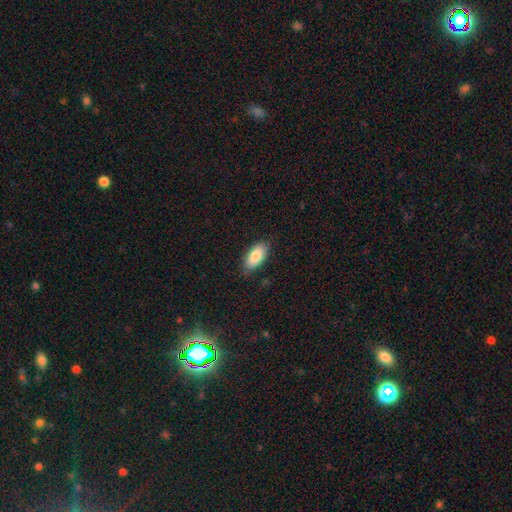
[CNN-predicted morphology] A smooth galaxy with no disk features (85%) that is in between round and cigar-shaped (91%).

Vote fractions:
- Smooth or featured? smooth: 85% / featured or disk: 8% / star or artifact: 6%
- How rounded? in between: 91% / cigar-shaped: 7% / round: 2%
- Merging? none: 84% / minor disturbance: 13% / major disturbance: 2% / merger: 1%